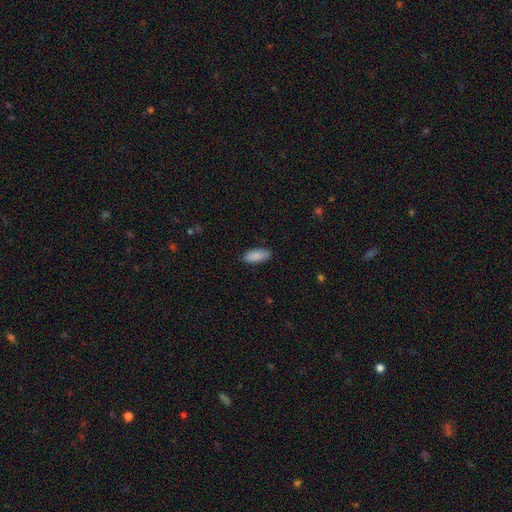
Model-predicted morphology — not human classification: The model was most divided on "how rounded": in between: 84%, cigar-shaped: 15%, round: 2%. More confident: smooth or featured — smooth (89%); merging — none (85%).